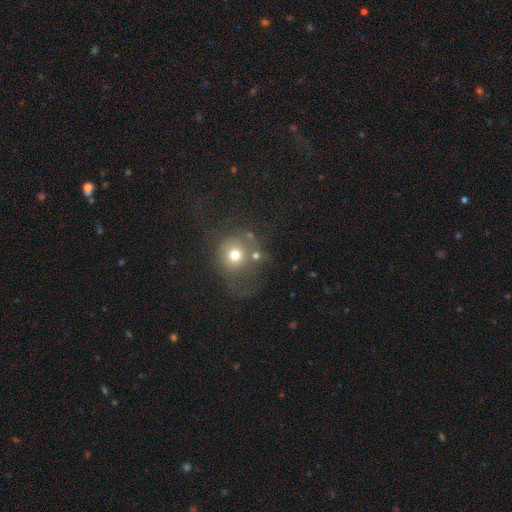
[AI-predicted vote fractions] A smooth galaxy with no disk features (63%) that is round (84%).

Vote fractions:
- Smooth or featured? smooth: 63% / featured or disk: 21% / star or artifact: 17%
- How rounded? round: 84% / in between: 15% / cigar-shaped: 1%
- Merging? none: 40% / major disturbance: 28% / minor disturbance: 18% / merger: 13%